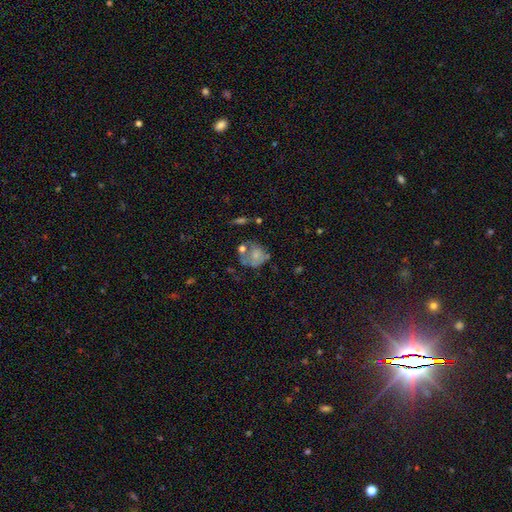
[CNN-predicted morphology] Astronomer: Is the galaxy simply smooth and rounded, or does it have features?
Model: smooth — 56% (runner-up: featured or disk, 35%).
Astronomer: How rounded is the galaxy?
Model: round — 66%.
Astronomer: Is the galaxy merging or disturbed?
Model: none — 36% (runner-up: minor disturbance, 25%).